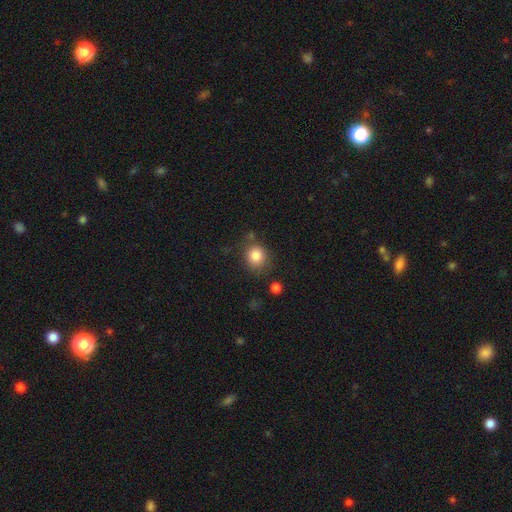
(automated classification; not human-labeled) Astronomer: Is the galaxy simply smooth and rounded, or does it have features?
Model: smooth — 83%.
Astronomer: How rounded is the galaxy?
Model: round — 83%.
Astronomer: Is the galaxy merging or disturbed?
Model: none — 76%.